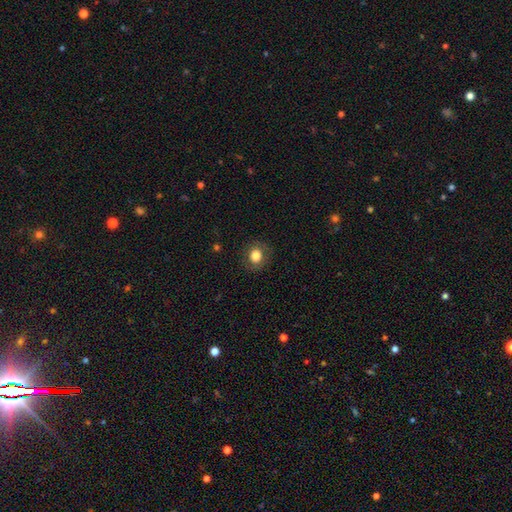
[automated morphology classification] This is clearly a smooth galaxy (81%). How rounded: likely round (78%). Merging: clearly none (85%).